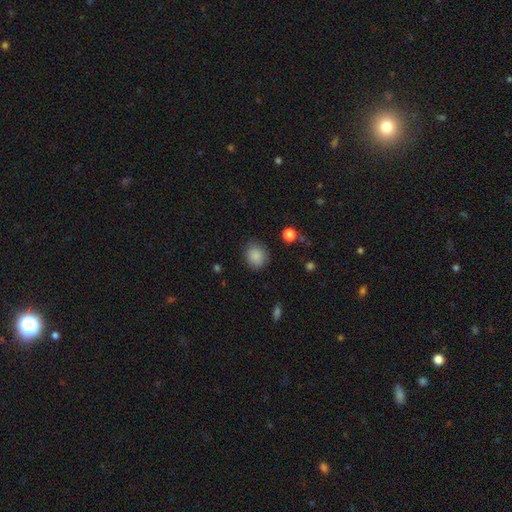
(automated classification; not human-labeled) A smooth galaxy with no disk features (87%) that is round (72%). Merging: none (84%).